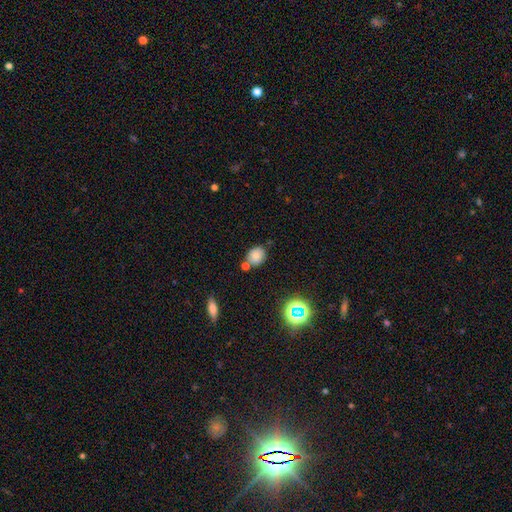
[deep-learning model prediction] This appears to be a smooth galaxy with no disk features (77%) that is round (57%). Merging: none (66%).